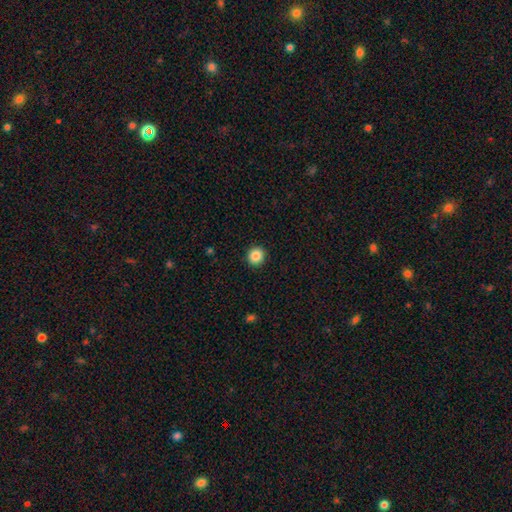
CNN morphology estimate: Smooth or featured?
  - smooth: 87% *
  - star or artifact: 9%
  - featured or disk: 4%
How rounded?
  - round: 90% *
  - in between: 9%
  - cigar-shaped: 1%
Merging?
  - none: 92% *
  - minor disturbance: 5%
  - major disturbance: 2%
  - merger: 1%